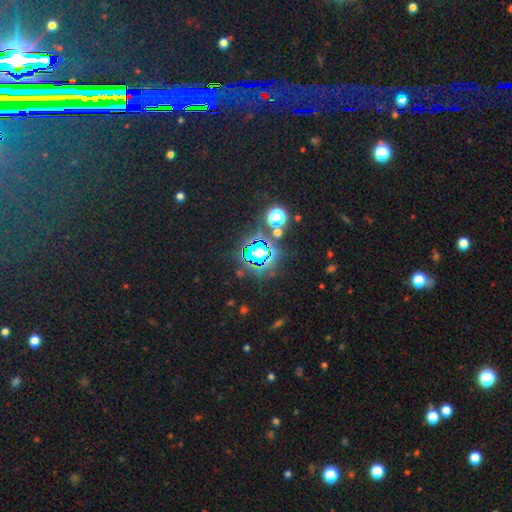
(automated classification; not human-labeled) smooth-or-featured: star or artifact: 74% | smooth: 18% | featured or disk: 9%